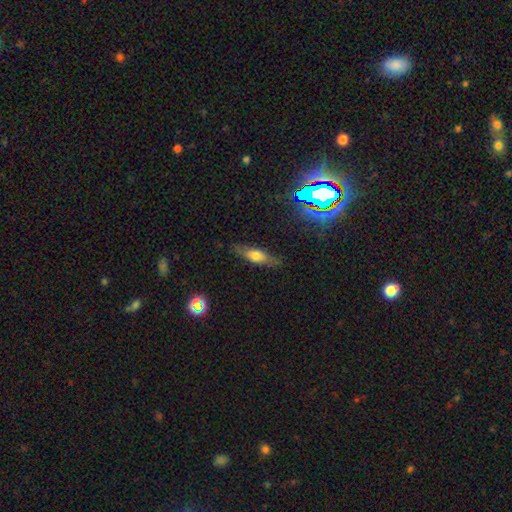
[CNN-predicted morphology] smooth_or_featured: smooth (p=0.55) [alt: featured or disk p=0.35]
how_rounded: in between (p=0.49) [alt: cigar-shaped p=0.48]
merging: none (p=0.79) [alt: minor disturbance p=0.16]